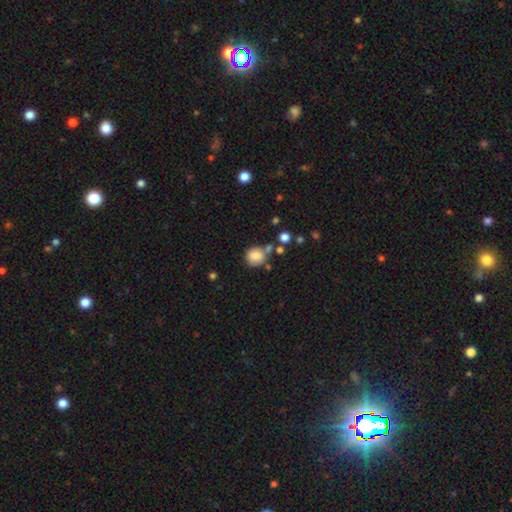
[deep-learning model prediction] smooth-or-featured: smooth: 83% | star or artifact: 10% | featured or disk: 7%
  how-rounded: round: 78% | in between: 21% | cigar-shaped: 1%
  merging: none: 59% | minor disturbance: 19% | merger: 15% | major disturbance: 6%